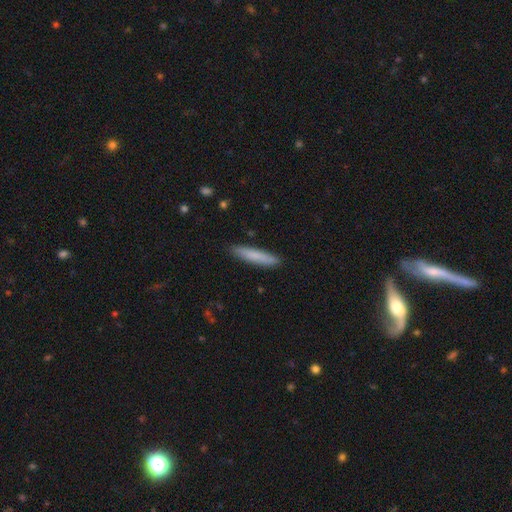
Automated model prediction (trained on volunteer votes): Smooth or featured? Predicted: smooth (p=0.80). How rounded? Predicted: cigar-shaped (p=0.91). Merging? Predicted: none (p=0.89).